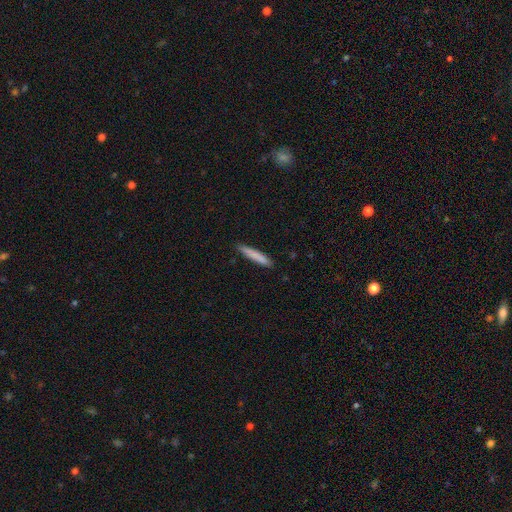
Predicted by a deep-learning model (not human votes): A smooth galaxy with no disk features (81%) that is cigar-shaped (94%).

Vote fractions:
- Smooth or featured? smooth: 81% / featured or disk: 13% / star or artifact: 6%
- How rounded? cigar-shaped: 94% / in between: 5% / round: 1%
- Merging? none: 90% / minor disturbance: 8% / major disturbance: 1% / merger: 1%